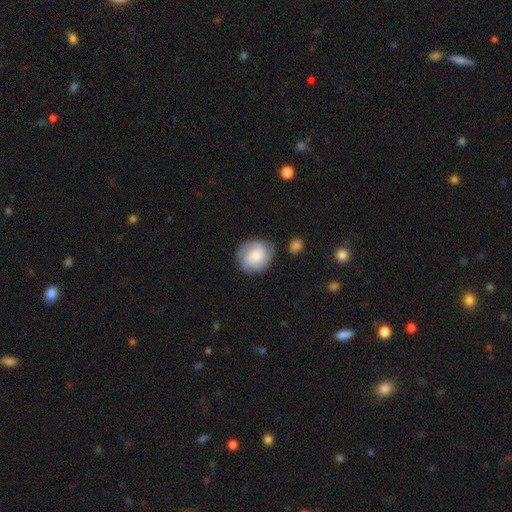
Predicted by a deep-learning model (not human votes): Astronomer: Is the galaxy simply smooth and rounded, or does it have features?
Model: featured or disk — 46%, tied with smooth at 46%.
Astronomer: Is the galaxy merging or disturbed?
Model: none — 72%.